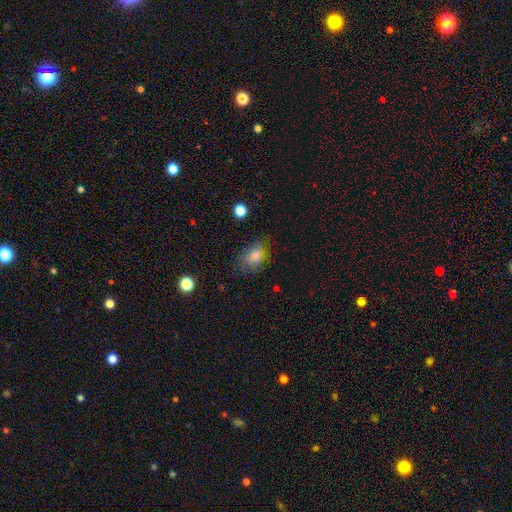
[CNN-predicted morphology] Smooth or featured? Predicted: smooth (p=0.73). How rounded? Predicted: in between (p=0.72). Merging? Predicted: none (p=0.62).